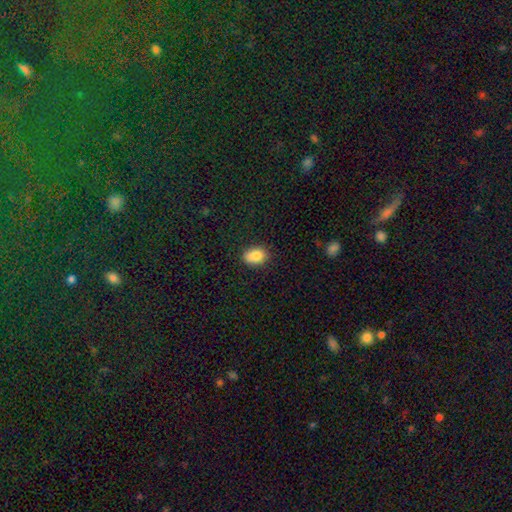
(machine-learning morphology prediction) This appears to be a smooth galaxy with no disk features (86%) that is in between round and cigar-shaped (77%). Merging: none (82%).